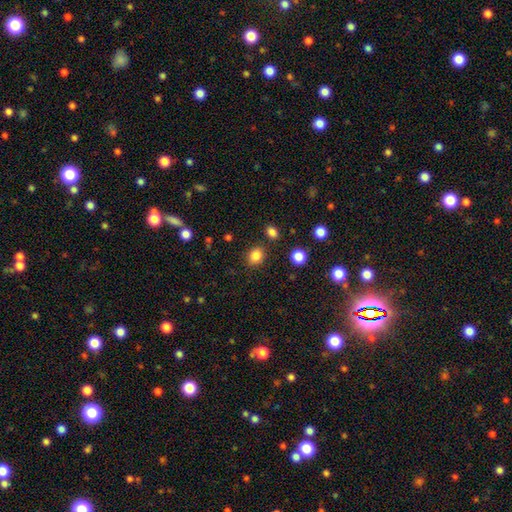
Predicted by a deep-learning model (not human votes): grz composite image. It shows a smooth galaxy with no disk features (84%) that is round (57%). Merging: none (83%).